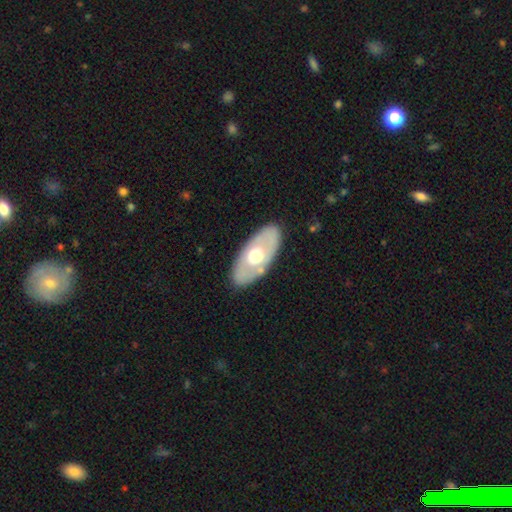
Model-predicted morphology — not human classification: This is possibly a featured or disk galaxy (49%). Merging: clearly none (83%).